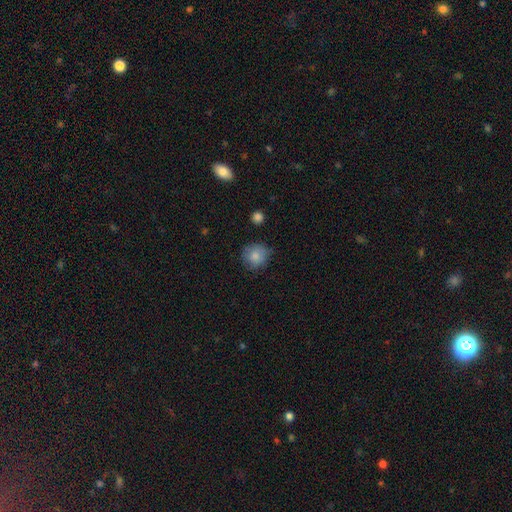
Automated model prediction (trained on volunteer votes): Morphology: type=smooth (83%); roundness=round (89%); merging=none (75%).